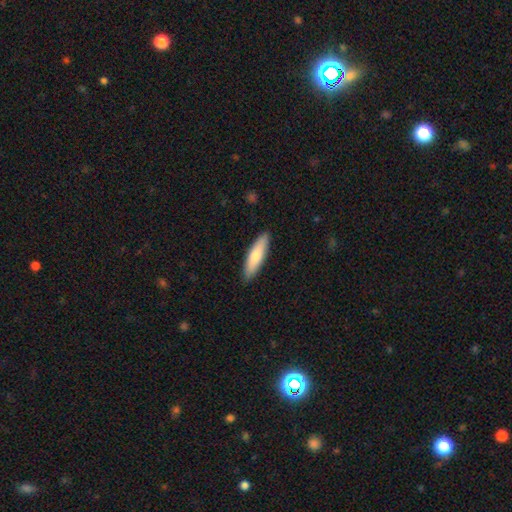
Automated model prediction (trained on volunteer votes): The model was most divided on "how rounded": cigar-shaped: 65%, in between: 33%, round: 2%. More confident: merging — none (89%); smooth or featured — smooth (74%).